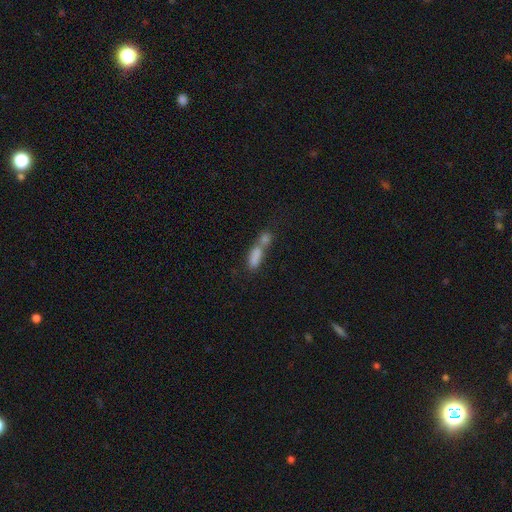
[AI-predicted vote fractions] A smooth galaxy with no disk features (75%) that is in between round and cigar-shaped (59%).

Vote fractions:
- Smooth or featured? smooth: 75% / featured or disk: 14% / star or artifact: 10%
- How rounded? in between: 59% / cigar-shaped: 33% / round: 7%
- Merging? merger: 68% / none: 18% / minor disturbance: 8% / major disturbance: 6%